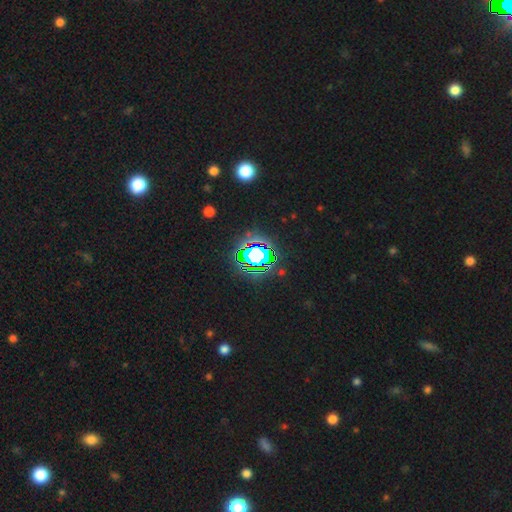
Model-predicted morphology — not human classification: Smooth or featured? Predicted: star or artifact (p=0.68).